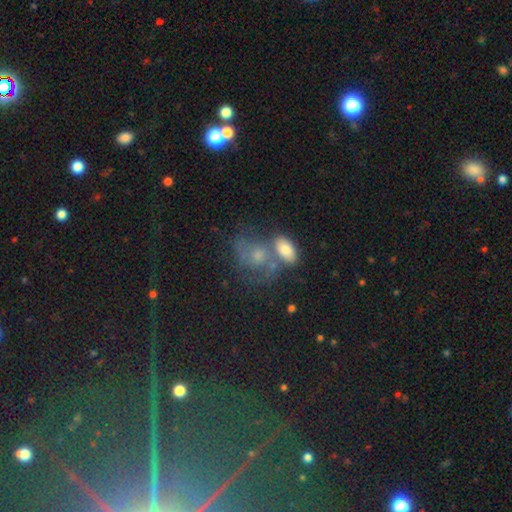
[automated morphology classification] This appears to be a smooth galaxy with no disk features (56%) that is in between round and cigar-shaped (67%). Merging: merger (40%).